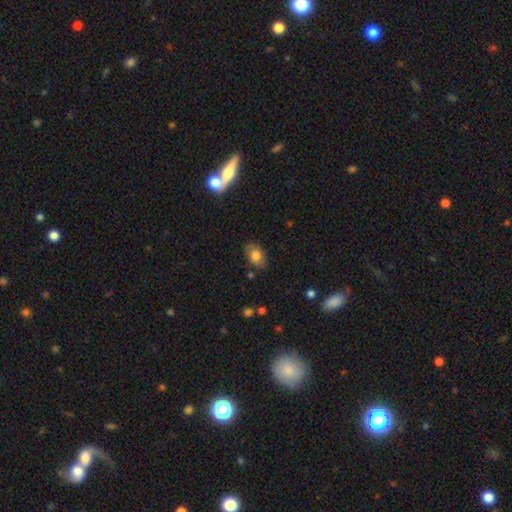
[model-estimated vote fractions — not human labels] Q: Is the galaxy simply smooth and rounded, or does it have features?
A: smooth — 79%.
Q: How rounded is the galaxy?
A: in between — 85%.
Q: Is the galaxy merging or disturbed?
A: none — 81%.